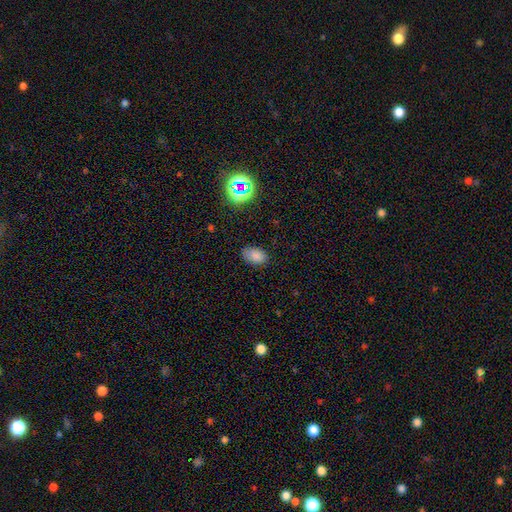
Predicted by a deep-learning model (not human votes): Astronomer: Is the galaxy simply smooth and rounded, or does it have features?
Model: smooth — 81%.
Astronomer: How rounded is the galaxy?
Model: in between — 89%.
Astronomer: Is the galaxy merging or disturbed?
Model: none — 79%.